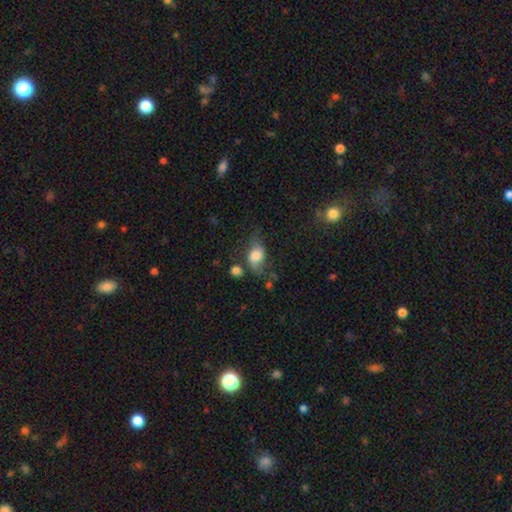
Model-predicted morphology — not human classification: The model was most divided on "merging": none: 41%, minor disturbance: 30%, major disturbance: 20%, merger: 9%. More confident: how rounded — in between (77%); smooth or featured — smooth (64%).